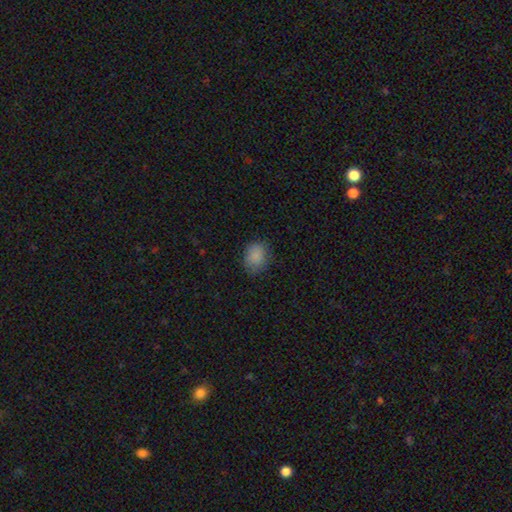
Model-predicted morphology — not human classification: smooth 86%, star or artifact 8%, featured or disk 5%. Down the decision tree: how rounded — round (51%); merging — none (78%).